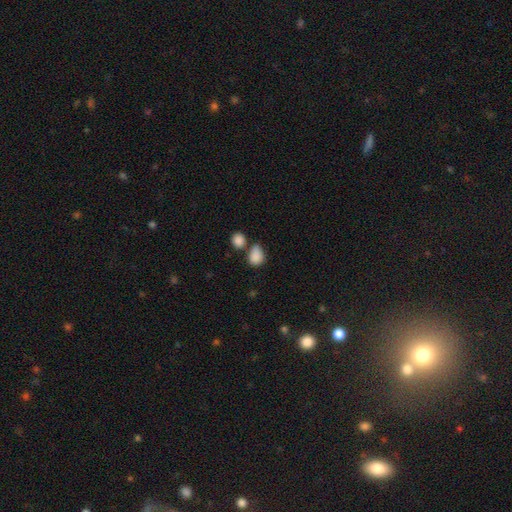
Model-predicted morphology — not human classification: Overall: smooth (87%). How rounded: in between (56%; round 42%). Merging: none (47%; merger 30%).